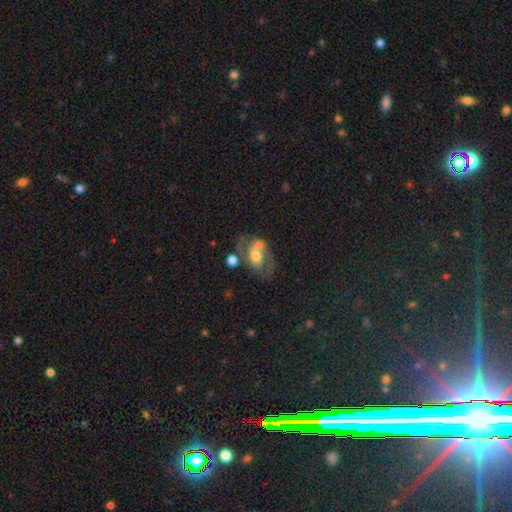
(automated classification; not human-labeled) A featured or disk galaxy (66%) with no bar (59%), 2 (74%) medium (48%) spiral arms (82%) and a moderate central bulge (58%).

Vote fractions:
- Smooth or featured? featured or disk: 66% / smooth: 25% / star or artifact: 9%
- Edge-on disk? no: 97% / yes: 3%
- Bar? no: 59% / weak: 32% / strong: 9%
- Spiral arms? yes: 82% / no: 18%
- Spiral winding? medium: 48% / loose: 34% / tight: 18%
- Spiral arm count? 2: 74% / 1: 13% / can't tell: 10% / 3: 2% / 4: 1% / more than 4: 1%
- Bulge size? moderate: 58% / small: 27% / large: 10% / none: 3% / dominant: 2%
- Merging? none: 36% / major disturbance: 23% / merger: 21% / minor disturbance: 20%